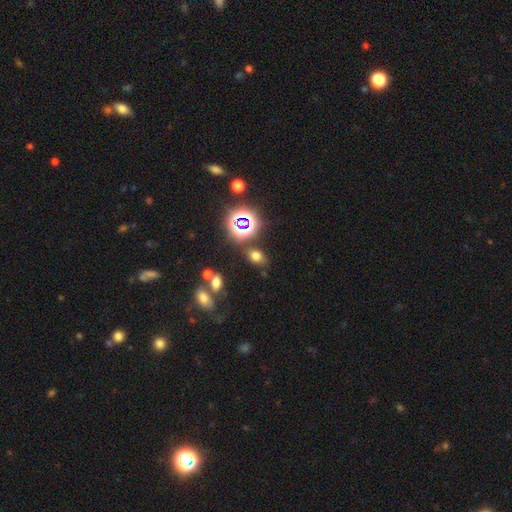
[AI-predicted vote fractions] Smooth or featured?
  - smooth: 61% *
  - star or artifact: 30%
  - featured or disk: 9%
How rounded?
  - in between: 73% *
  - round: 25%
  - cigar-shaped: 2%
Merging?
  - none: 77% *
  - minor disturbance: 12%
  - merger: 6%
  - major disturbance: 5%